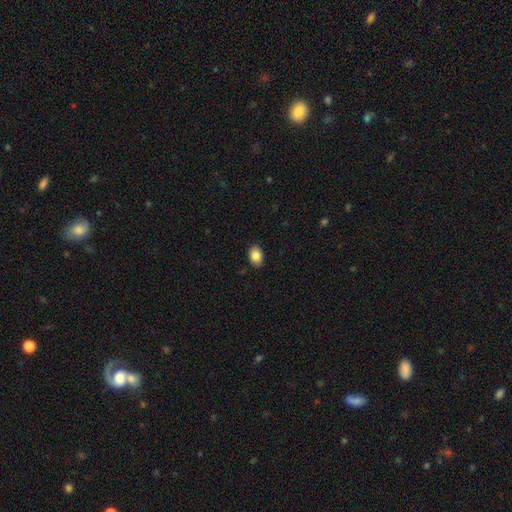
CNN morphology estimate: Smooth or featured?
  - smooth: 85% *
  - star or artifact: 8%
  - featured or disk: 7%
How rounded?
  - in between: 82% *
  - round: 17%
  - cigar-shaped: 1%
Merging?
  - none: 88% *
  - minor disturbance: 9%
  - major disturbance: 2%
  - merger: 1%